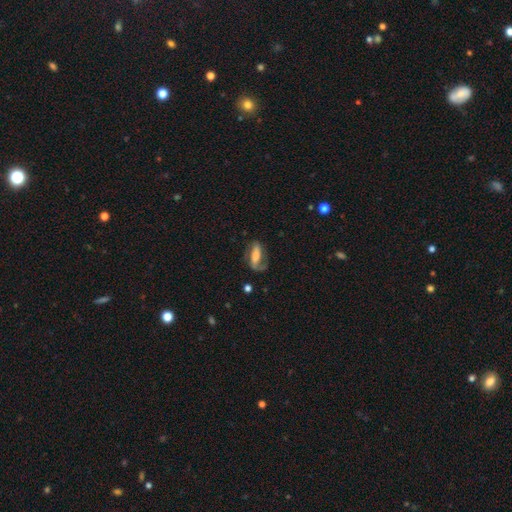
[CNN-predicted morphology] type=featured or disk (51%); edge-on=no (87%); merging=none (50%).